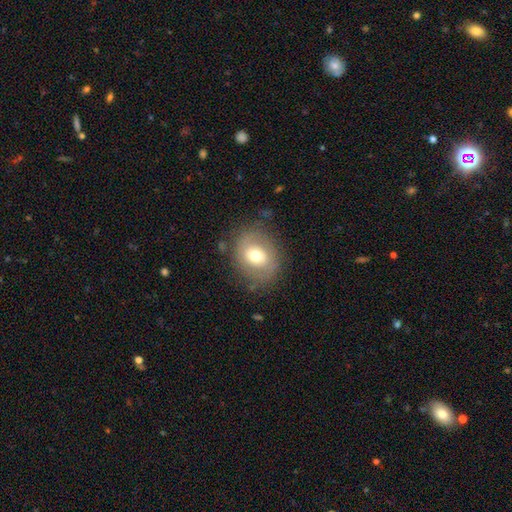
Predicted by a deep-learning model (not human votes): This is likely a smooth galaxy (61%). How rounded: likely round (61%). Merging: likely none (74%).